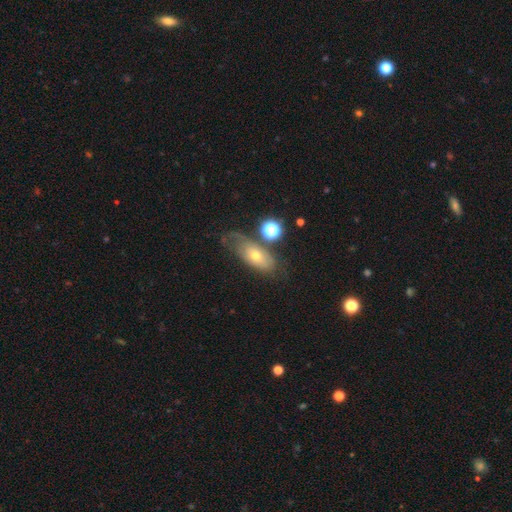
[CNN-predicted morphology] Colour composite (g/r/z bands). It shows a smooth galaxy with no disk features (47%). Merging: none (44%).